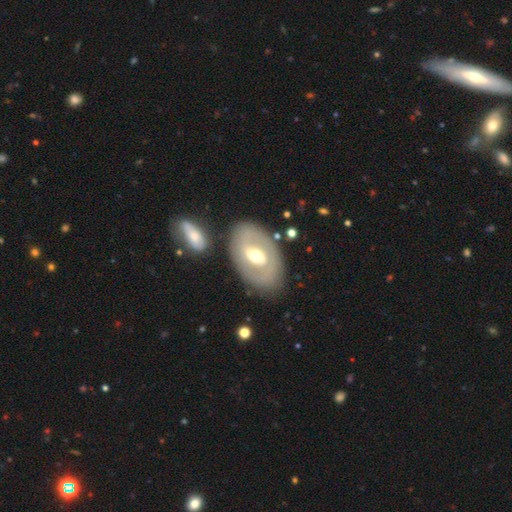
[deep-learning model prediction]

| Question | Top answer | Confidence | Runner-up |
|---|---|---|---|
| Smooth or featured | featured or disk | 62% | smooth (33%) |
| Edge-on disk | no | 92% | yes (8%) |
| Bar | weak | 41% | no (36%) |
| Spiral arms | no | 68% | yes (32%) |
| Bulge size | moderate | 71% | small (16%) |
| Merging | none | 77% | minor disturbance (13%) |